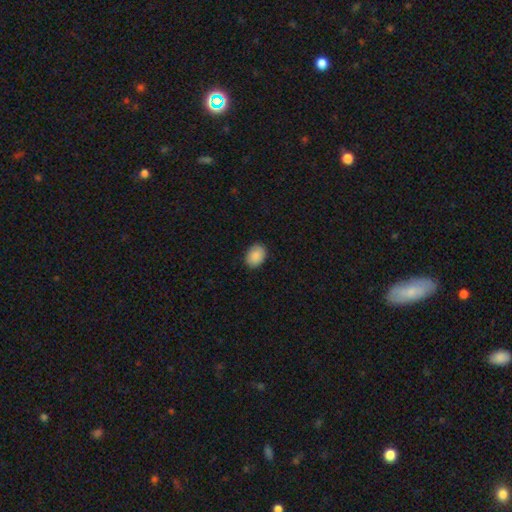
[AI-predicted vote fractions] Smooth or featured?
  - smooth: 89% *
  - star or artifact: 7%
  - featured or disk: 4%
How rounded?
  - in between: 75% *
  - round: 24%
  - cigar-shaped: 1%
Merging?
  - none: 89% *
  - minor disturbance: 9%
  - major disturbance: 2%
  - merger: 1%